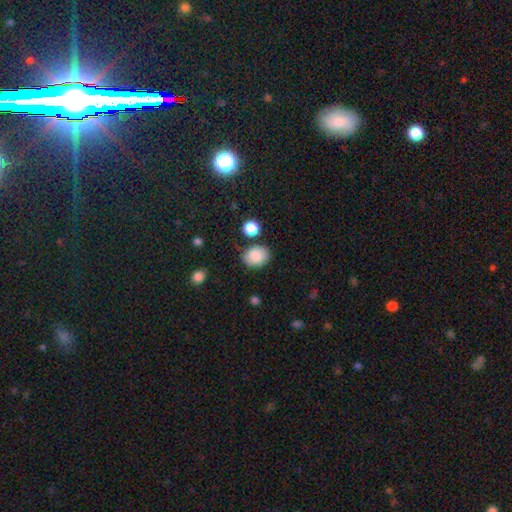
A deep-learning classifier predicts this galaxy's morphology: A smooth galaxy with no disk features (85%) that is in between round and cigar-shaped (51%). Merging: none (75%).